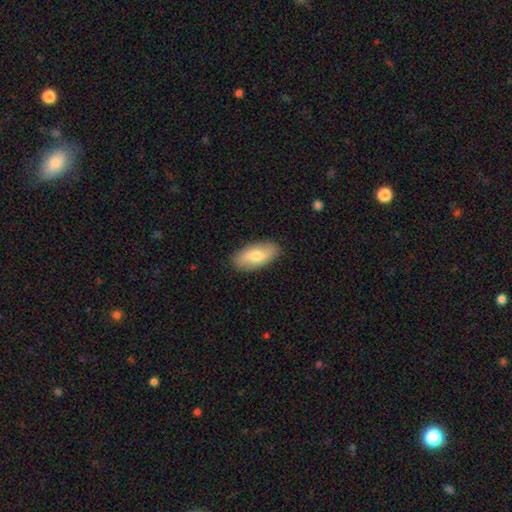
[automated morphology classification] This appears to be a smooth galaxy with no disk features (70%) that is in between round and cigar-shaped (91%). Merging: none (88%).